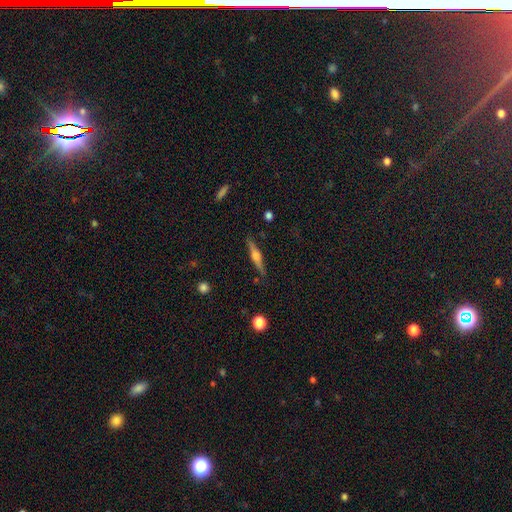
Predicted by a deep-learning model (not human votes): Smooth or featured?
  - featured or disk: 66% *
  - smooth: 27%
  - star or artifact: 7%
Edge-on disk?
  - yes: 97% *
  - no: 3%
Edge-on bulge?
  - rounded: 86% *
  - boxy: 10%
  - none: 4%
Merging?
  - none: 88% *
  - minor disturbance: 8%
  - major disturbance: 2%
  - merger: 2%